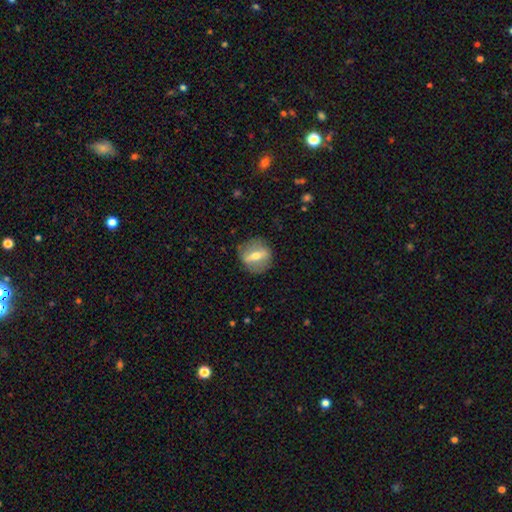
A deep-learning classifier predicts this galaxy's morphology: Smooth or featured: featured or disk — 55% (smooth — 37%)
Edge-on disk: no — 70% (yes — 30%)
Merging: none — 84% (minor disturbance — 11%)